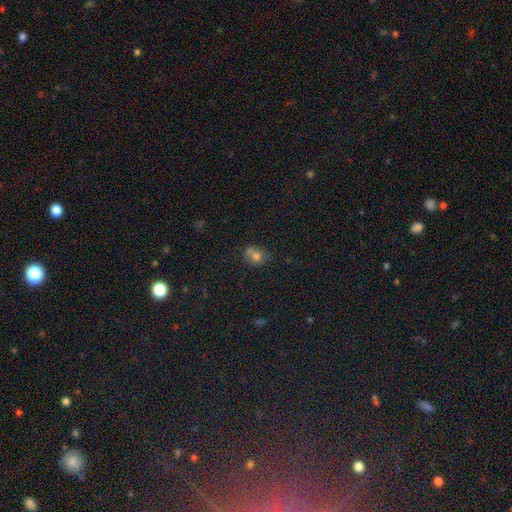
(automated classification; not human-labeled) Smooth or featured? smooth (71%)
How rounded? round (62%)
Merging? none (52%)